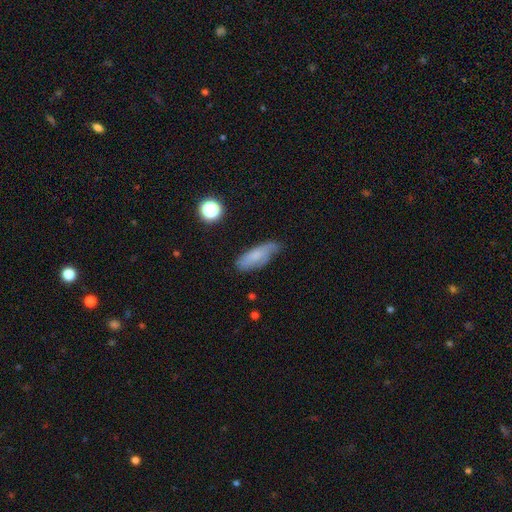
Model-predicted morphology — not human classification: Overall: smooth (65%; featured or disk 26%). How rounded: in between (69%). Merging: none (57%; minor disturbance 32%).